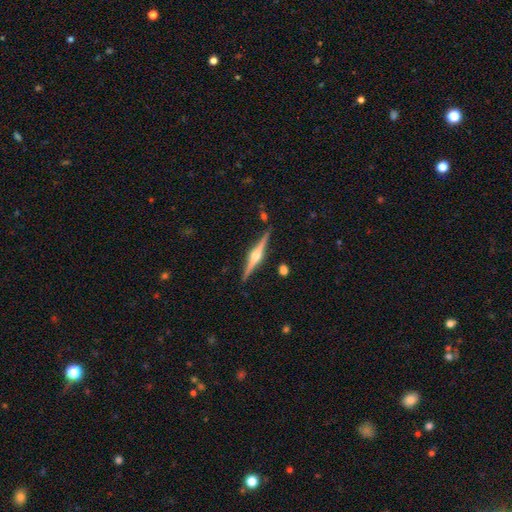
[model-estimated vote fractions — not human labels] The model was most divided on "smooth or featured": featured or disk: 84%, smooth: 11%, star or artifact: 5%. More confident: edge-on disk — yes (98%); edge-on bulge — rounded (95%); merging — none (89%).